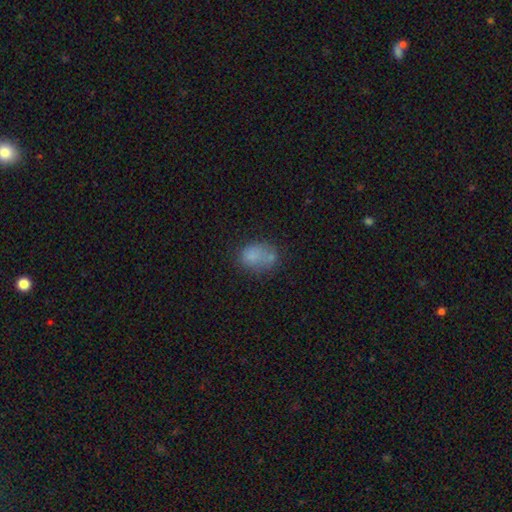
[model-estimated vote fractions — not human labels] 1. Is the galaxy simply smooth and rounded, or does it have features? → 74% smooth, 14% featured or disk, 12% star or artifact.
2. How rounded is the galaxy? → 61% in between, 38% round, 1% cigar-shaped.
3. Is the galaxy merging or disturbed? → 46% none, 24% merger, 20% minor disturbance, 10% major disturbance.